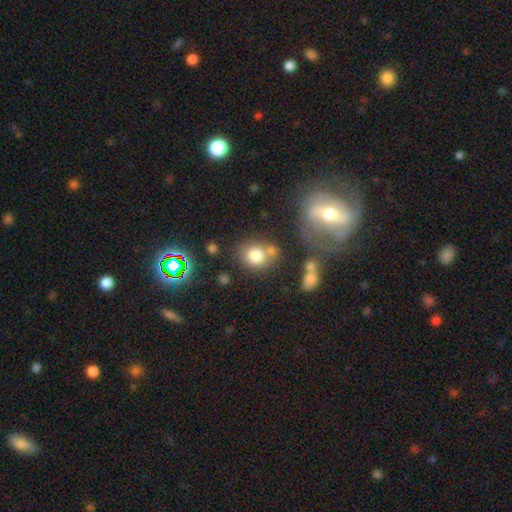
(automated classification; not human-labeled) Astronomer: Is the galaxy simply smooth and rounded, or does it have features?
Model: smooth — 77%.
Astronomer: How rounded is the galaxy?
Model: round — 63%.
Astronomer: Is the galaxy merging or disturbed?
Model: none — 54%.